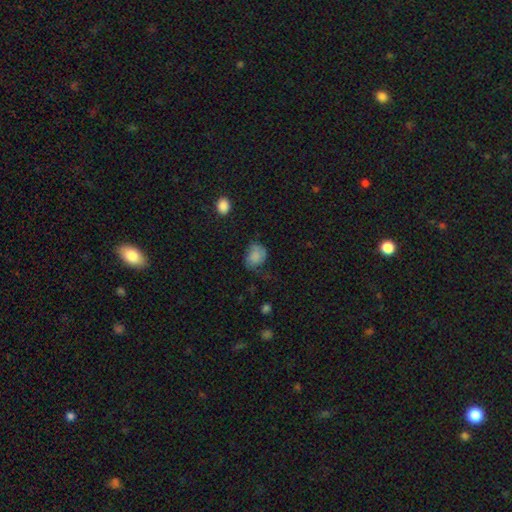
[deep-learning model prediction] A smooth galaxy with no disk features (78%) that is in between round and cigar-shaped (57%).

Vote fractions:
- Smooth or featured? smooth: 78% / featured or disk: 12% / star or artifact: 10%
- How rounded? in between: 57% / round: 42% / cigar-shaped: 1%
- Merging? none: 47% / minor disturbance: 33% / major disturbance: 17% / merger: 3%